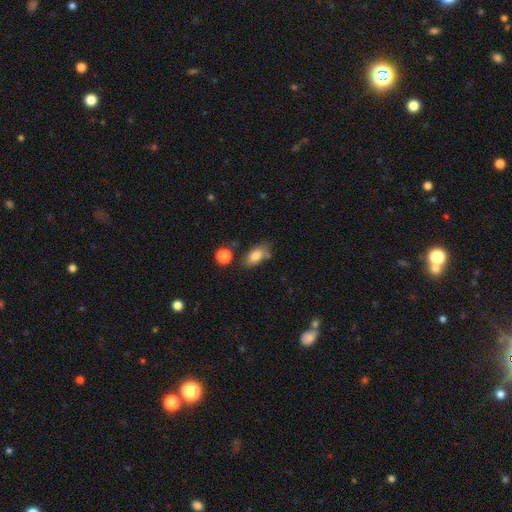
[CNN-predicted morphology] smooth-or-featured: smooth: 81% | featured or disk: 11% | star or artifact: 8%
  how-rounded: in between: 88% | round: 6% | cigar-shaped: 6%
  merging: none: 68% | minor disturbance: 19% | merger: 8% | major disturbance: 5%